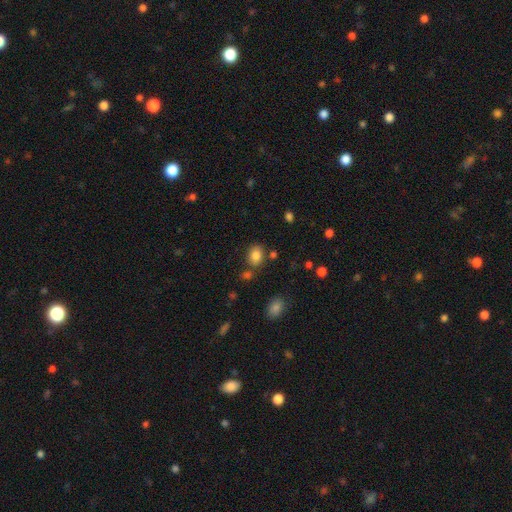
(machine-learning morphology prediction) The model was most divided on "how rounded": in between: 62%, round: 37%, cigar-shaped: 1%. More confident: smooth or featured — smooth (84%); merging — none (74%).